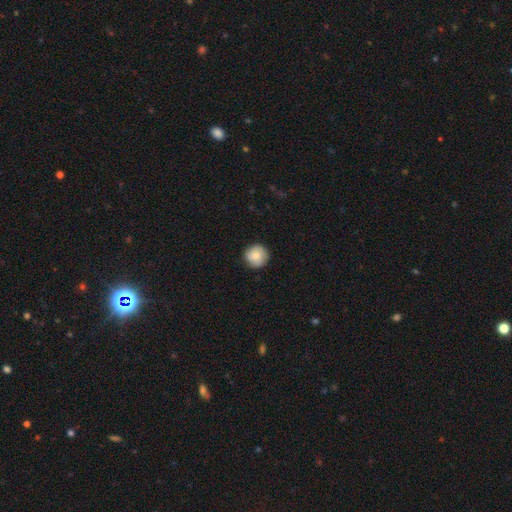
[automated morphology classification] smooth_or_featured: smooth (p=0.79) [alt: featured or disk p=0.14]
how_rounded: round (p=0.95) [alt: in between p=0.04]
merging: none (p=0.87) [alt: minor disturbance p=0.10]